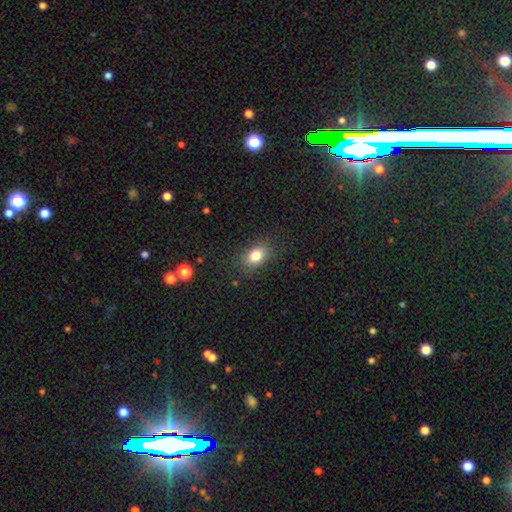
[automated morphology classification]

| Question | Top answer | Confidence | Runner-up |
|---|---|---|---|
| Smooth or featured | smooth | 82% | star or artifact (10%) |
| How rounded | in between | 73% | round (25%) |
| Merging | none | 81% | minor disturbance (13%) |